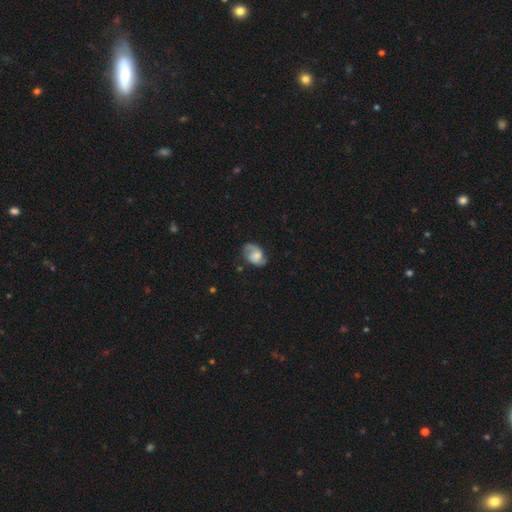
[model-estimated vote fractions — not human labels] smooth_or_featured: featured or disk (p=0.51) [alt: smooth p=0.41]
disk_edge_on: no (p=0.96) [alt: yes p=0.04]
merging: none (p=0.61) [alt: minor disturbance p=0.26]